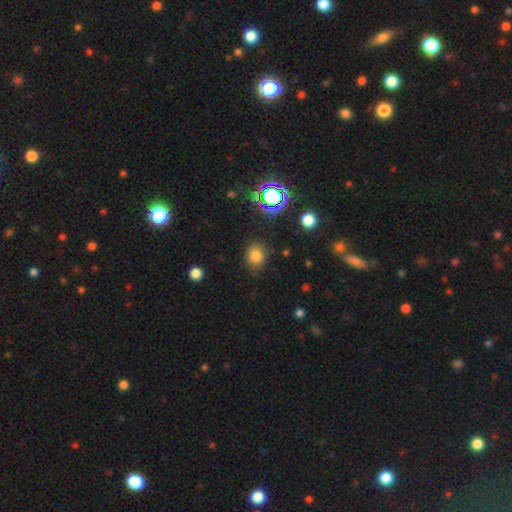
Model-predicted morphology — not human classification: smooth_or_featured: smooth (p=0.76) [alt: star or artifact p=0.17]
how_rounded: round (p=0.65) [alt: in between p=0.34]
merging: none (p=0.80) [alt: minor disturbance p=0.14]